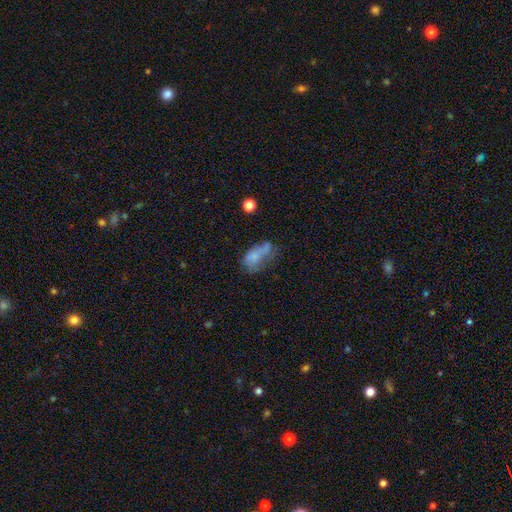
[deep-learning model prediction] Smooth or featured? Predicted: smooth (p=0.59). How rounded? Predicted: in between (p=0.84). Merging? Predicted: major disturbance (p=0.33).